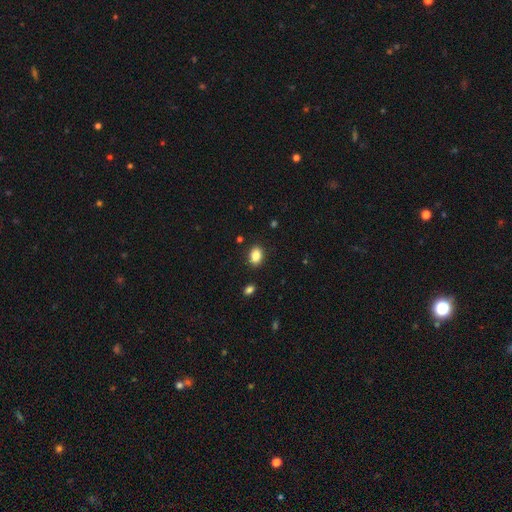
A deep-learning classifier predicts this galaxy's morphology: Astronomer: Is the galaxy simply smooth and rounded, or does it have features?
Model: smooth — 86%.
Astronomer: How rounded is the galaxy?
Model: in between — 78%.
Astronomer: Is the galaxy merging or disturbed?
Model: none — 88%.